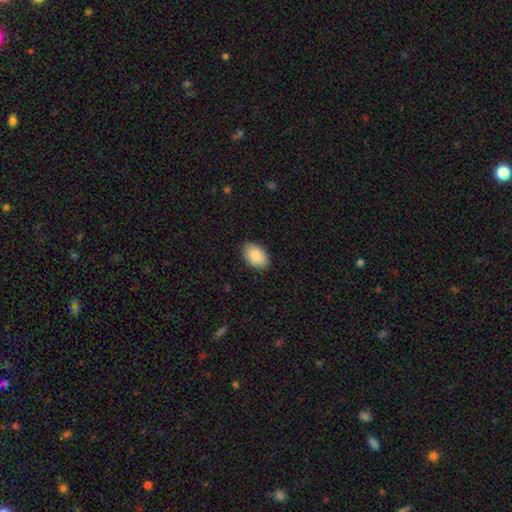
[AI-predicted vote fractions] Q: Smooth or featured?
A: smooth (87%); runner-up: featured or disk (7%)
Q: How rounded?
A: in between (89%); runner-up: round (10%)
Q: Merging?
A: none (86%); runner-up: minor disturbance (11%)